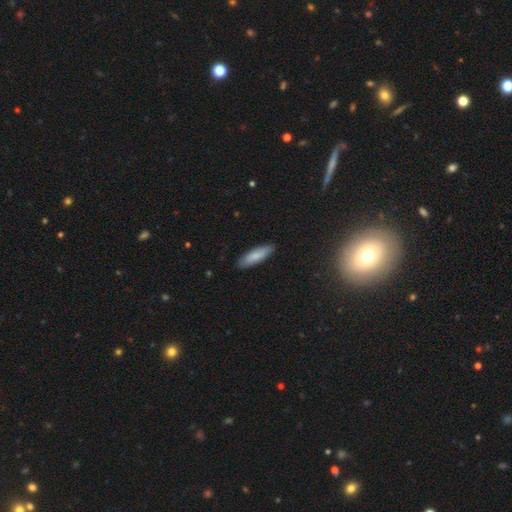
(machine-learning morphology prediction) smooth_or_featured: smooth (p=0.81) [alt: featured or disk p=0.13]
how_rounded: cigar-shaped (p=0.60) [alt: in between p=0.38]
merging: none (p=0.88) [alt: minor disturbance p=0.09]